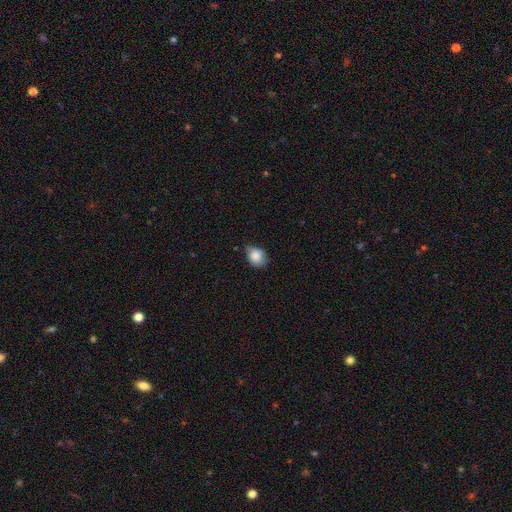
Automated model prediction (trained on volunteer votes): The model was most divided on "how rounded": in between: 56%, round: 43%, cigar-shaped: 1%. More confident: smooth or featured — smooth (85%); merging — none (57%).